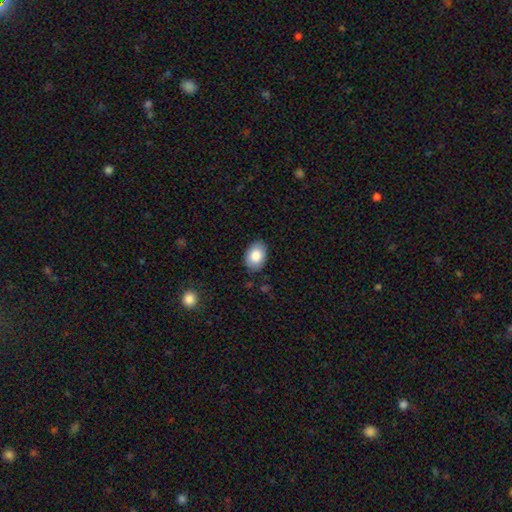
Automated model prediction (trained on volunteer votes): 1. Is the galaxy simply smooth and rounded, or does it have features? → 84% smooth, 8% featured or disk, 7% star or artifact.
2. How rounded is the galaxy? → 81% in between, 18% round, 1% cigar-shaped.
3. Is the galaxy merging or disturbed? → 85% none, 12% minor disturbance, 2% major disturbance, 1% merger.